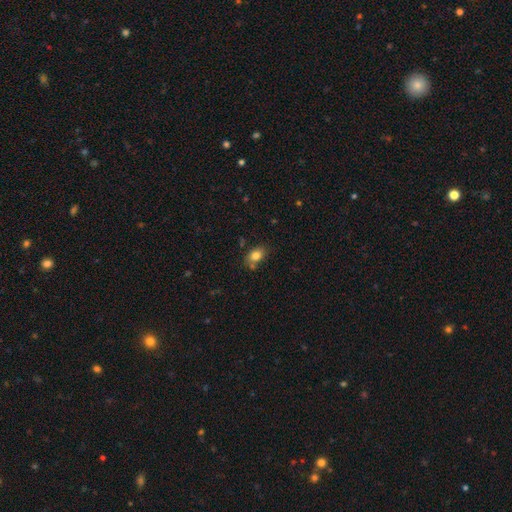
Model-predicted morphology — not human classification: smooth_or_featured: smooth (p=0.81) [alt: star or artifact p=0.10]
how_rounded: in between (p=0.77) [alt: round p=0.22]
merging: none (p=0.66) [alt: minor disturbance p=0.18]